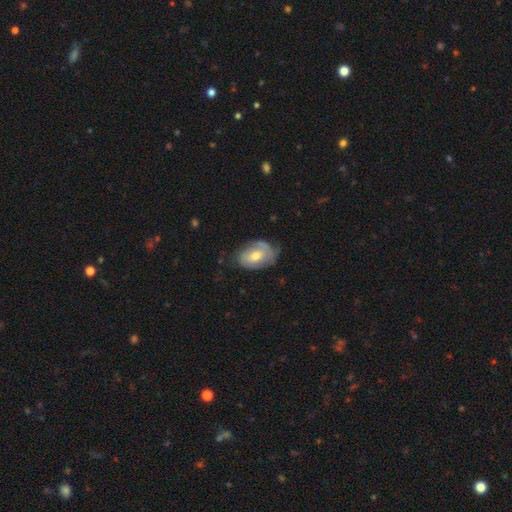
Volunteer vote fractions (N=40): Smooth or featured?
  - featured or disk: 52% *
  - smooth: 40%
  - star or artifact: 8%
Edge-on disk?
  - no: 86% *
  - yes: 14%
Bar?
  - no: 61% *
  - weak: 28%
  - strong: 11%
Spiral arms?
  - yes: 72% *
  - no: 28%
Spiral winding?
  - tight: 62% *
  - loose: 23%
  - medium: 15%
Spiral arm count?
  - can't tell: 54% *
  - 2: 23%
  - 1: 15%
  - more than 4: 8%
  - 3: 0%
  - 4: 0%
Bulge size?
  - moderate: 72% *
  - large: 11%
  - small: 11%
  - dominant: 6%
  - none: 0%
Merging?
  - none: 54% *
  - minor disturbance: 38%
  - major disturbance: 5%
  - merger: 3%